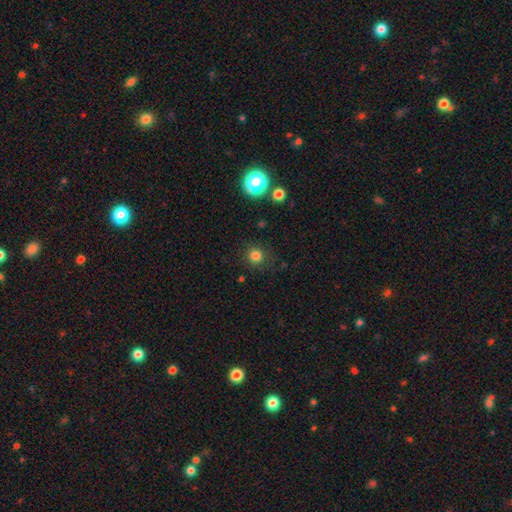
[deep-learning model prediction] This appears to be a smooth galaxy with no disk features (79%) that is round (92%). Merging: none (85%).